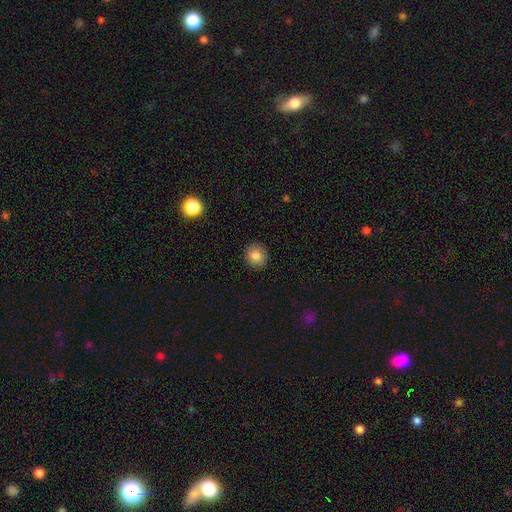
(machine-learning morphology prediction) Smooth or featured: smooth — 83% (star or artifact — 10%)
How rounded: round — 84% (in between — 15%)
Merging: none — 91% (minor disturbance — 6%)